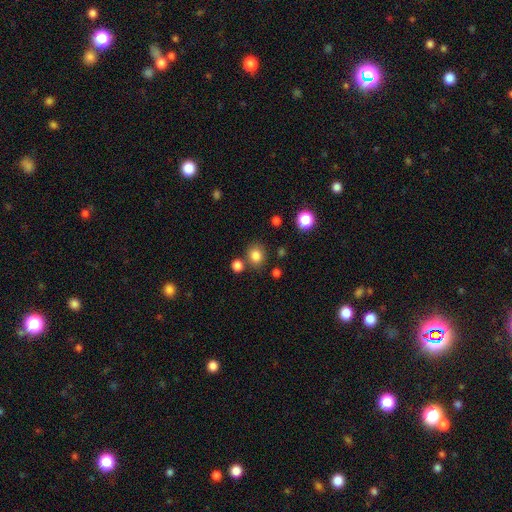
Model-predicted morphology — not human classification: Smooth or featured? Predicted: smooth (p=0.83). How rounded? Predicted: round (p=0.80). Merging? Predicted: none (p=0.78).